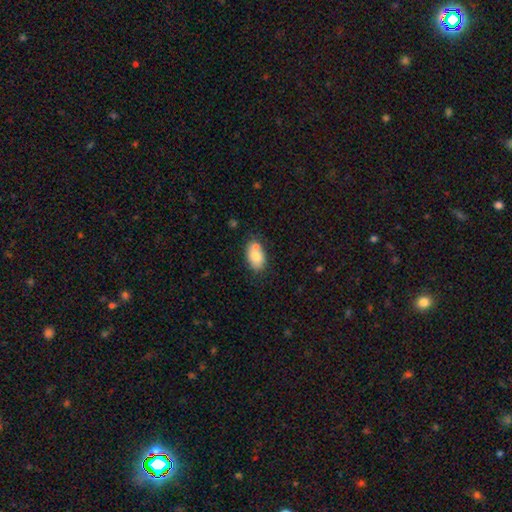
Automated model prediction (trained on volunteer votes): smooth_or_featured: smooth (p=0.75) [alt: featured or disk p=0.18]
how_rounded: in between (p=0.87) [alt: round p=0.11]
merging: none (p=0.56) [alt: merger p=0.24]